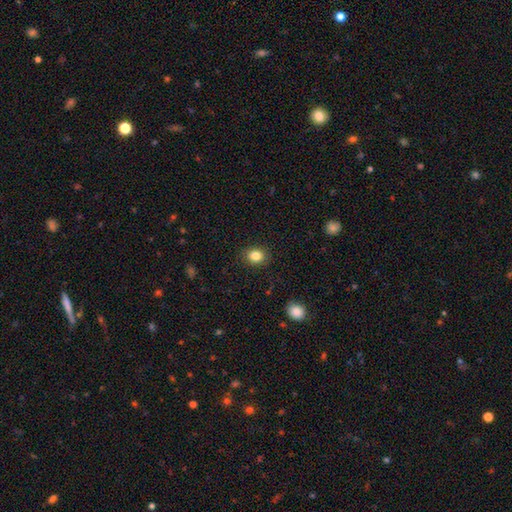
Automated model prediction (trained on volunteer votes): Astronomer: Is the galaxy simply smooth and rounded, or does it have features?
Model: smooth — 85%.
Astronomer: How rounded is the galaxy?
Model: round — 52% (runner-up: in between, 47%).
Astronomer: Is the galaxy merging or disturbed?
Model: none — 88%.